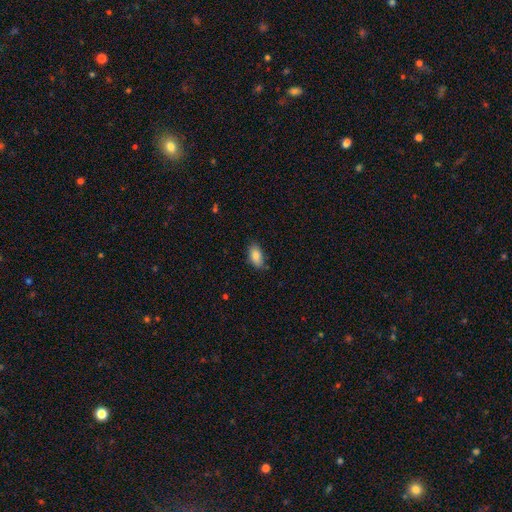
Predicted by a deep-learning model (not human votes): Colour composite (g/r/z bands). It shows a smooth galaxy with no disk features (84%) that is in between round and cigar-shaped (92%). Merging: none (79%).